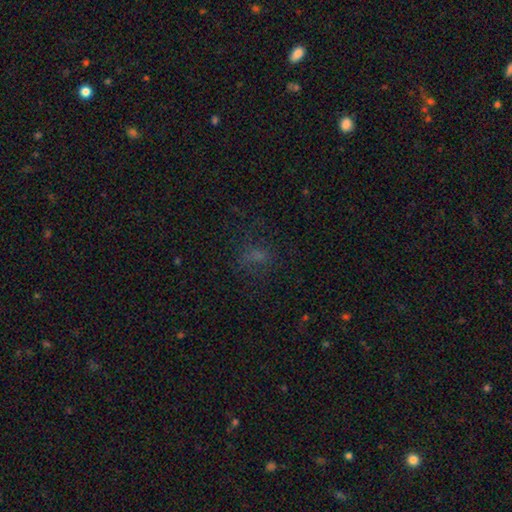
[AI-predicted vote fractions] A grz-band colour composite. It shows a smooth galaxy with no disk features (53%) that is in between round and cigar-shaped (58%). Merging: none (62%).